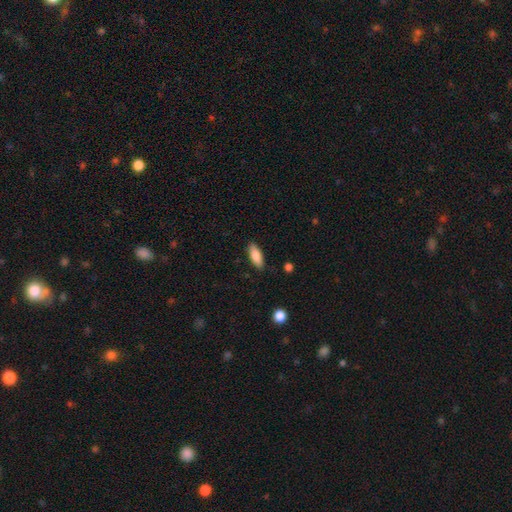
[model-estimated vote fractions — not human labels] Smooth or featured? Predicted: smooth (p=0.85). How rounded? Predicted: in between (p=0.72). Merging? Predicted: none (p=0.87).